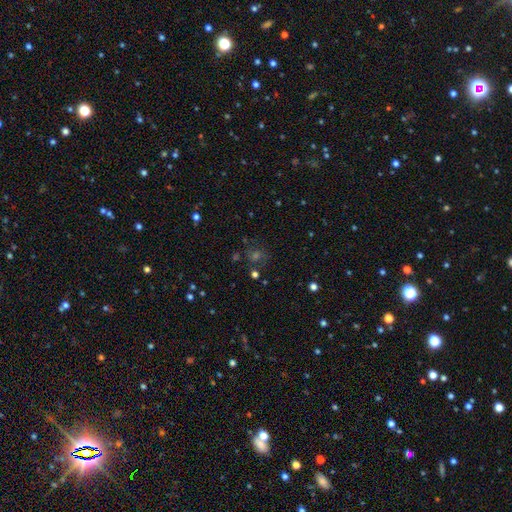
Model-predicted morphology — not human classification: smooth-or-featured: star or artifact: 46% | smooth: 36% | featured or disk: 18%